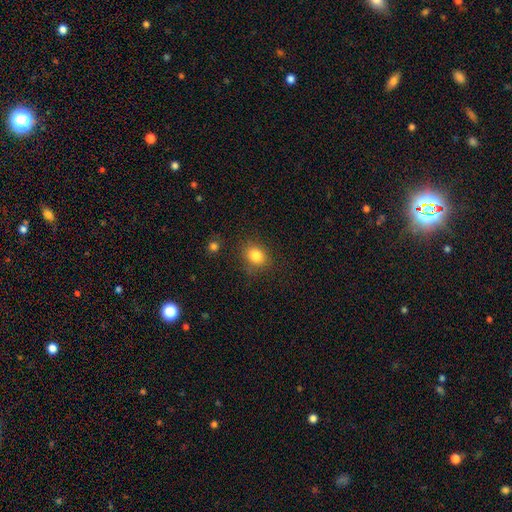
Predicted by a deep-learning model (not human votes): Overall: smooth (83%). How rounded: round (54%; in between 45%). Merging: none (80%).